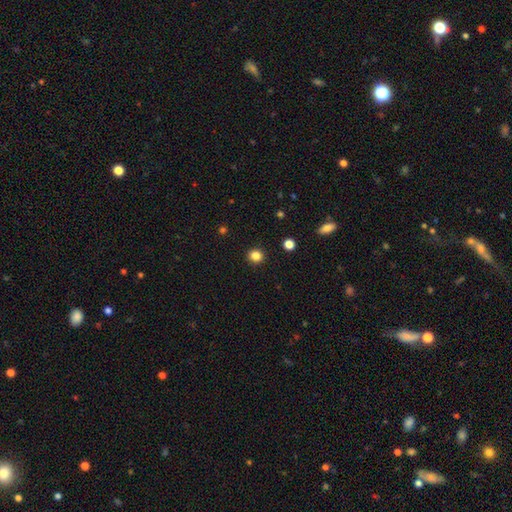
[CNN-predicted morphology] Q: Smooth or featured?
A: smooth (84%); runner-up: star or artifact (12%)
Q: How rounded?
A: round (88%); runner-up: in between (11%)
Q: Merging?
A: none (92%); runner-up: minor disturbance (5%)